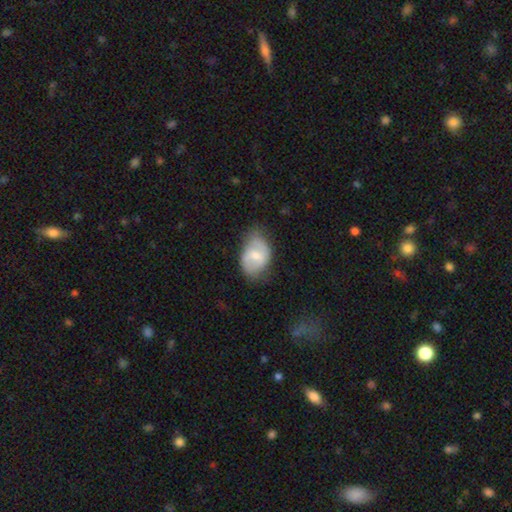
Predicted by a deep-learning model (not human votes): A smooth galaxy with no disk features (49%).

Vote fractions:
- Smooth or featured? smooth: 49% / featured or disk: 45% / star or artifact: 6%
- Merging? none: 60% / minor disturbance: 30% / major disturbance: 9% / merger: 2%